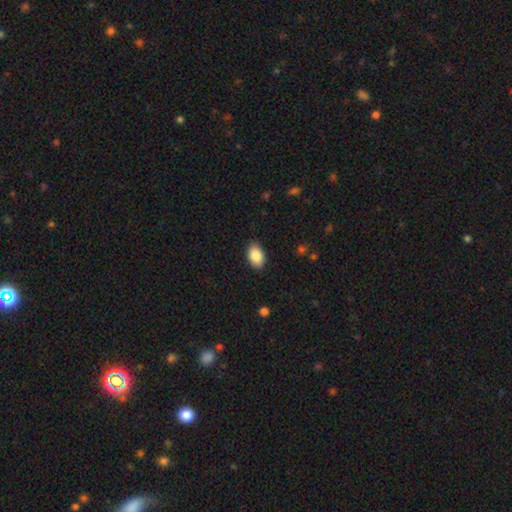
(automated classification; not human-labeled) A smooth galaxy with no disk features (89%) that is in between round and cigar-shaped (91%).

Vote fractions:
- Smooth or featured? smooth: 89% / star or artifact: 7% / featured or disk: 5%
- How rounded? in between: 91% / round: 8% / cigar-shaped: 1%
- Merging? none: 88% / minor disturbance: 9% / major disturbance: 2% / merger: 1%